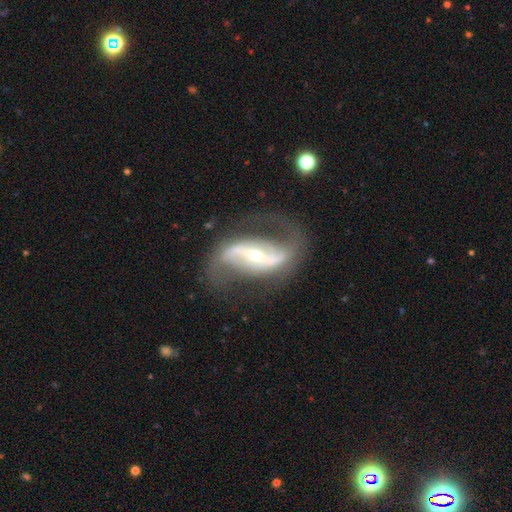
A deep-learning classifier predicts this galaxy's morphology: featured or disk 91%, star or artifact 5%, smooth 4%. Down the decision tree: edge-on disk — no (96%); bar — strong (59%); spiral arms — yes (96%); spiral arm count — 2 (92%); spiral winding — loose (61%); bulge size — small (52%); merging — none (72%).